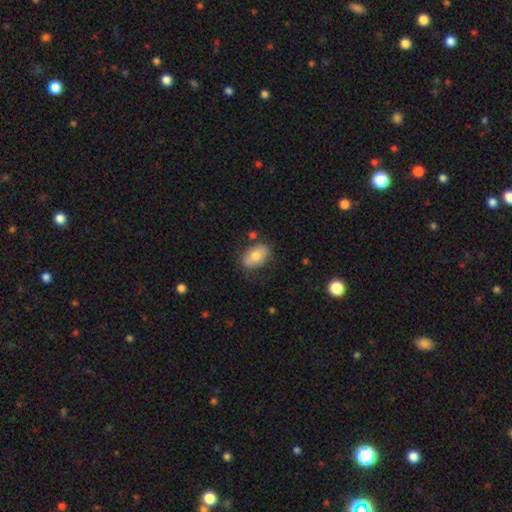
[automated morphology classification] This is likely a smooth galaxy (75%). How rounded: clearly in between (88%). Merging: likely none (77%).